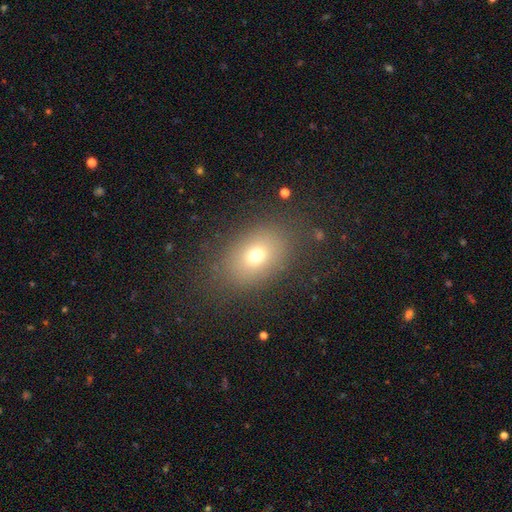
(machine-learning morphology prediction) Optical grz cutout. It shows a smooth galaxy with no disk features (69%) that is in between round and cigar-shaped (71%). Merging: none (80%).